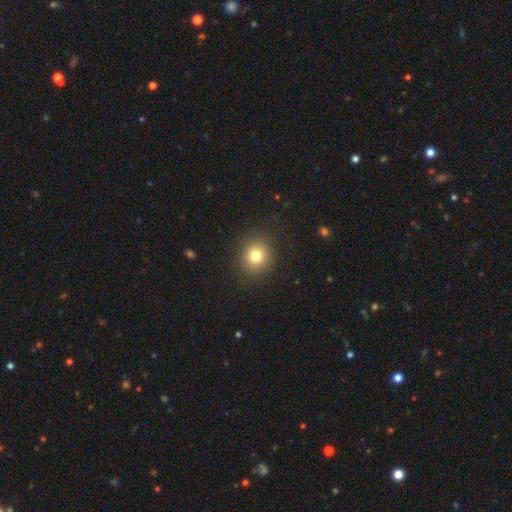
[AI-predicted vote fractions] Smooth or featured? smooth (79%)
How rounded? round (80%)
Merging? none (89%)